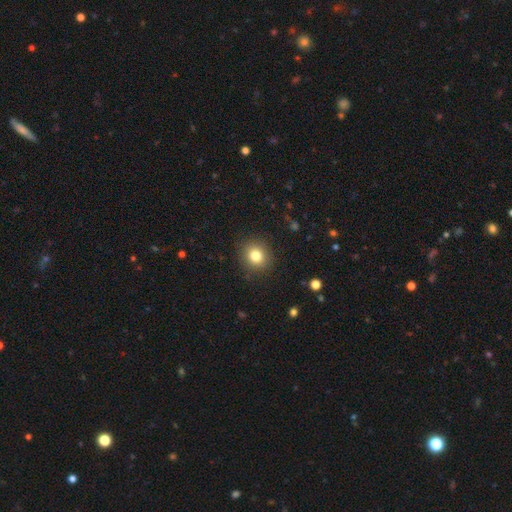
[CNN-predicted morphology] The model was most divided on "smooth or featured": smooth: 81%, star or artifact: 12%, featured or disk: 7%. More confident: merging — none (89%); how rounded — round (86%).